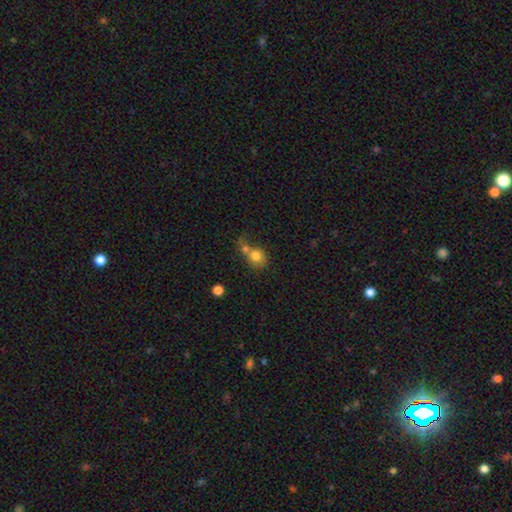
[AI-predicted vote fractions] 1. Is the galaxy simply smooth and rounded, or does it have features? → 77% smooth, 13% featured or disk, 10% star or artifact.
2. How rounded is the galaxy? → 75% round, 24% in between, 1% cigar-shaped.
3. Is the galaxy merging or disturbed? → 55% merger, 28% none, 10% minor disturbance, 8% major disturbance.